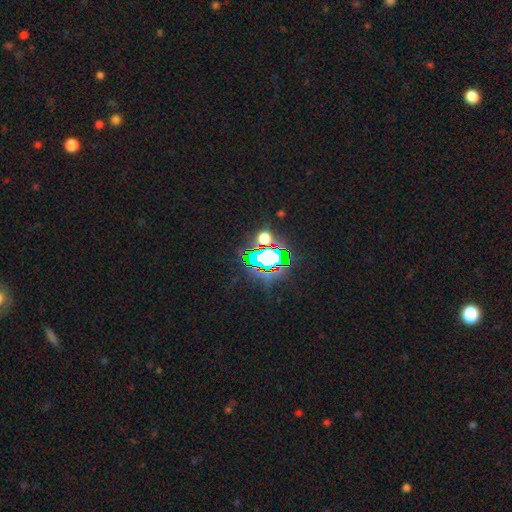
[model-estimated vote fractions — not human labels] This is likely a star or artifact rather than a galaxy (78%).